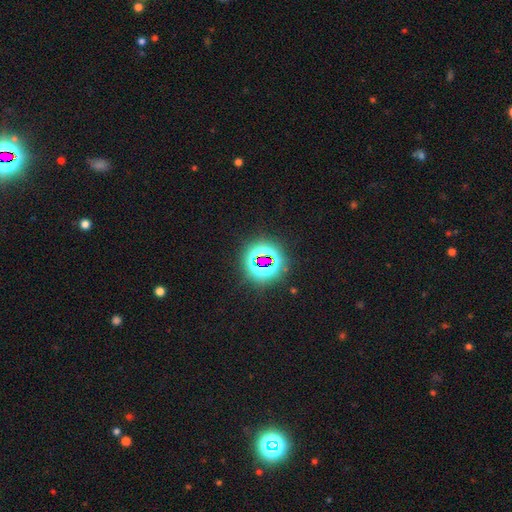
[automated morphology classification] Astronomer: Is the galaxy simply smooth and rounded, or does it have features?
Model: star or artifact — 74%.